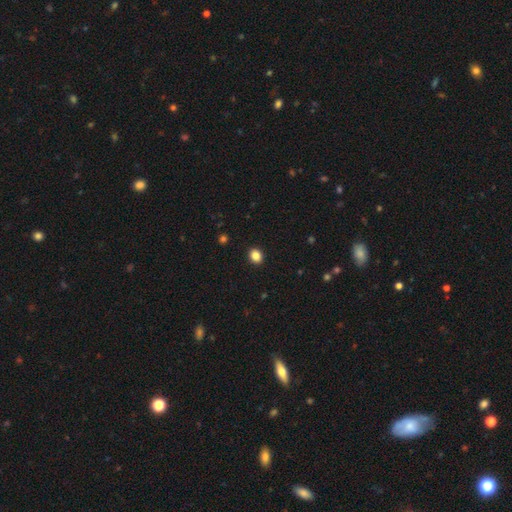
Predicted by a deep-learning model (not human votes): Smooth or featured? Predicted: smooth (p=0.86). How rounded? Predicted: round (p=0.52). Merging? Predicted: none (p=0.92).